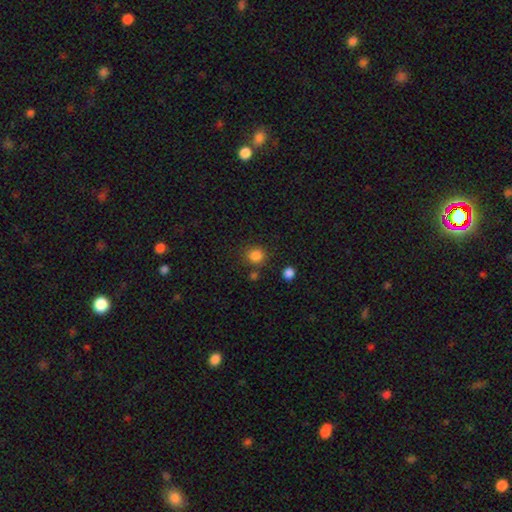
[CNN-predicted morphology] A smooth galaxy with no disk features (85%) that is round (89%). Merging: none (81%).